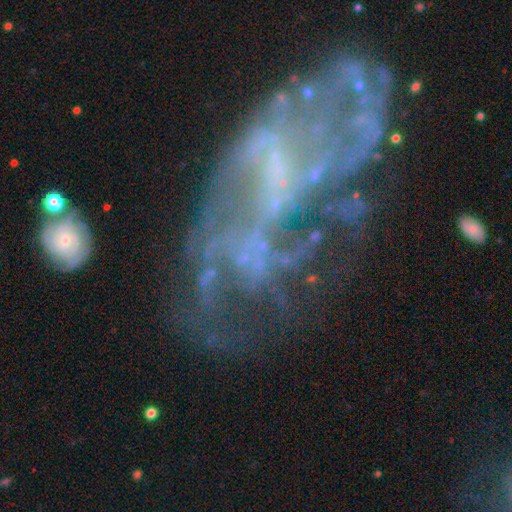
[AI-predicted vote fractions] Morphology: type=featured or disk (71%); edge-on=no (96%); bar=no (62%); spiral arms=no (53%); bulge=none (61%); merging=major disturbance (39%).